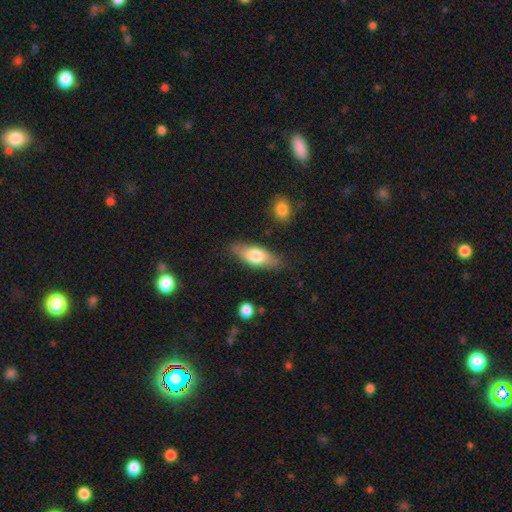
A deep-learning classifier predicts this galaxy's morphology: The model was most divided on "smooth or featured": smooth: 65%, featured or disk: 29%, star or artifact: 6%. More confident: merging — none (81%); how rounded — in between (68%).